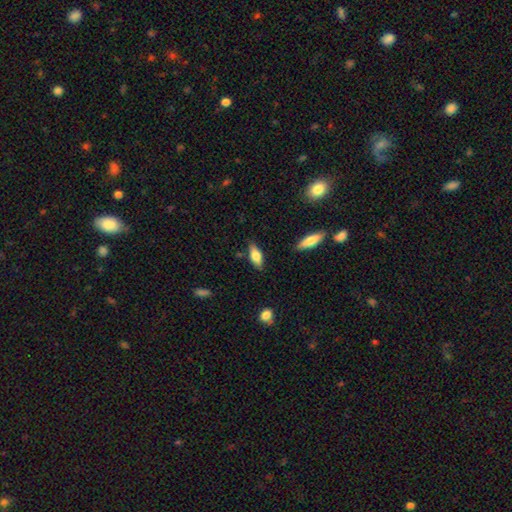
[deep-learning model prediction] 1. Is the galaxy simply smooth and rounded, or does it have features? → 69% smooth, 25% featured or disk, 7% star or artifact.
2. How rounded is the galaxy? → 74% in between, 24% cigar-shaped, 3% round.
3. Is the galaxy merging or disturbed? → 80% none, 15% minor disturbance, 3% major disturbance, 3% merger.